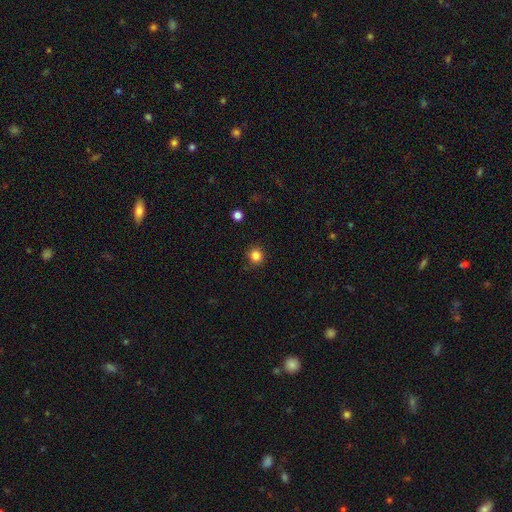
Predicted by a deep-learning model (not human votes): Smooth or featured? smooth (84%)
How rounded? round (92%)
Merging? none (90%)